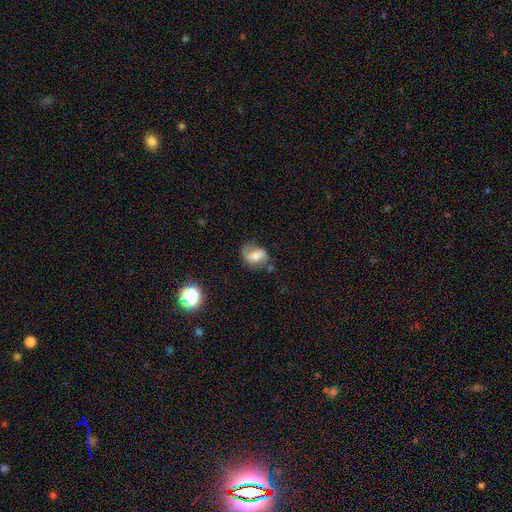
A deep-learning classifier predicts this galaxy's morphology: Smooth or featured? featured or disk (63%)
Edge-on disk? no (97%)
Bar? weak (45%)
Spiral arms? yes (90%)
Spiral winding? loose (48%)
Spiral arm count? 2 (81%)
Bulge size? moderate (43%)
Merging? none (61%)